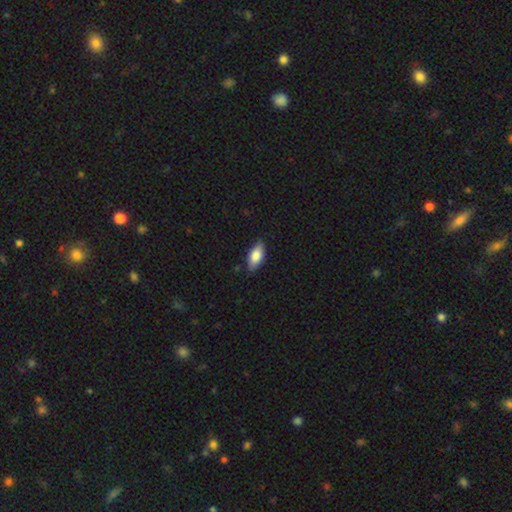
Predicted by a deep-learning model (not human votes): The model was most divided on "smooth or featured": smooth: 81%, featured or disk: 13%, star or artifact: 6%. More confident: how rounded — in between (88%); merging — none (84%).